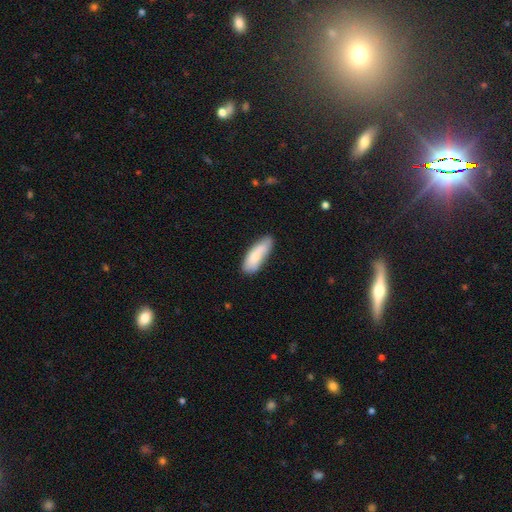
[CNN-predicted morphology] smooth 77%, featured or disk 17%, star or artifact 6%. Down the decision tree: how rounded — in between (62%); merging — none (69%).